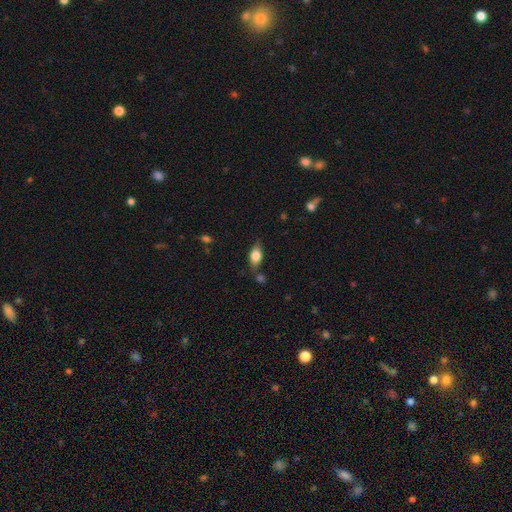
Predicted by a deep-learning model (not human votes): Smooth or featured?
  - smooth: 75% *
  - featured or disk: 17%
  - star or artifact: 8%
How rounded?
  - in between: 84% *
  - round: 9%
  - cigar-shaped: 7%
Merging?
  - none: 69% *
  - minor disturbance: 19%
  - merger: 7%
  - major disturbance: 5%